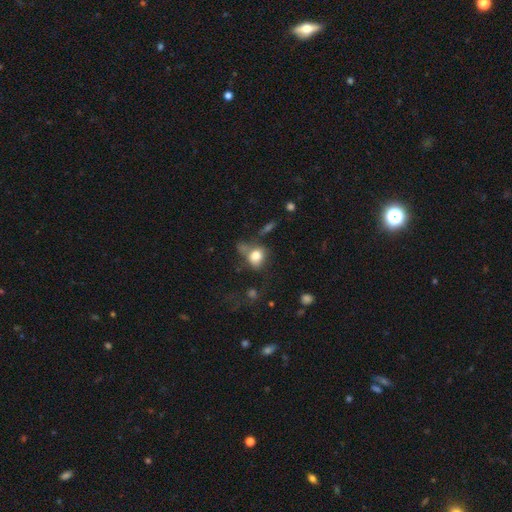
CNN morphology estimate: A smooth galaxy with no disk features (76%) that is in between round and cigar-shaped (49%, tied with round).

Vote fractions:
- Smooth or featured? smooth: 76% / featured or disk: 13% / star or artifact: 11%
- How rounded? in between: 49% (tied) / round: 49% (tied) / cigar-shaped: 2%
- Merging? none: 40% / minor disturbance: 24% / major disturbance: 20% / merger: 16%